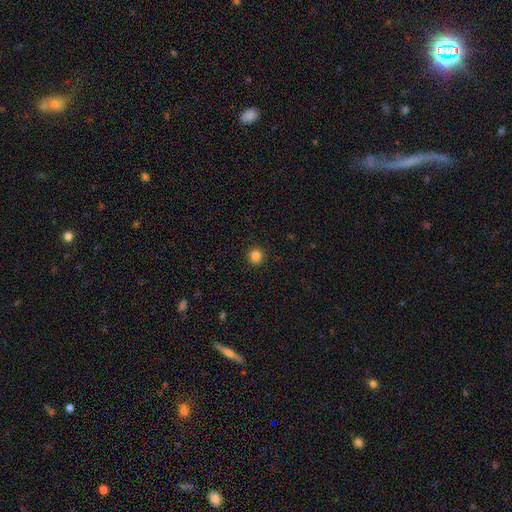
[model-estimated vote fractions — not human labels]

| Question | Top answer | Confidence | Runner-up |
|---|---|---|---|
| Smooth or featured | smooth | 84% | star or artifact (12%) |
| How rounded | round | 92% | in between (7%) |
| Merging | none | 92% | minor disturbance (5%) |